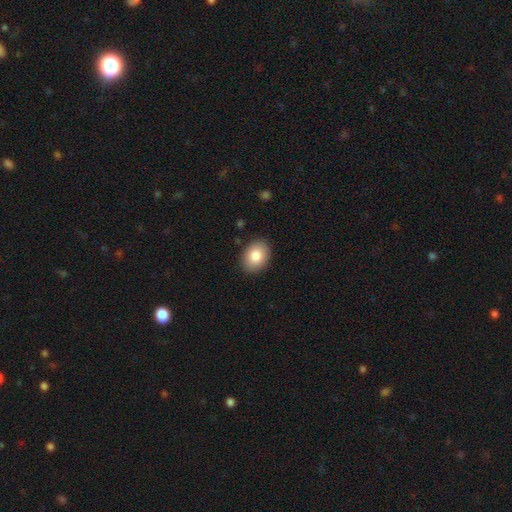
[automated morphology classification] A smooth galaxy with no disk features (85%) that is in between round and cigar-shaped (70%). Merging: none (88%).